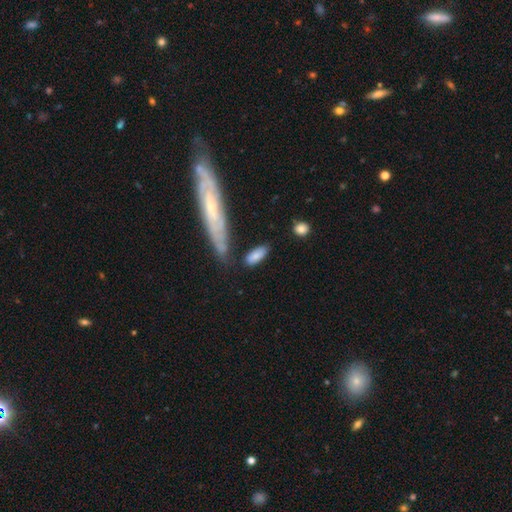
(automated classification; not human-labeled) Q: Smooth or featured?
A: smooth (79%); runner-up: featured or disk (15%)
Q: How rounded?
A: in between (73%); runner-up: cigar-shaped (24%)
Q: Merging?
A: none (66%); runner-up: minor disturbance (19%)